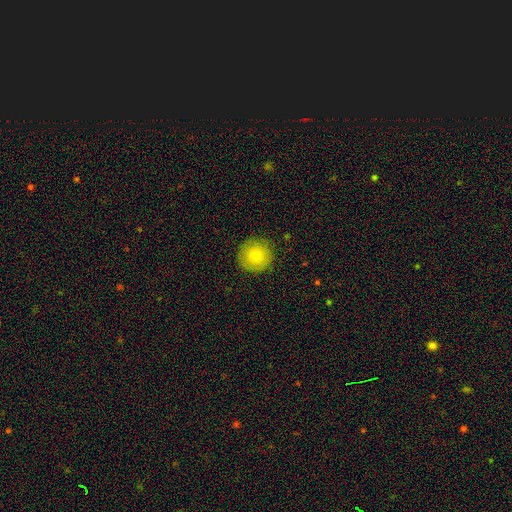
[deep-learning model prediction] Morphology: type=smooth (78%); roundness=round (96%); merging=none (89%).